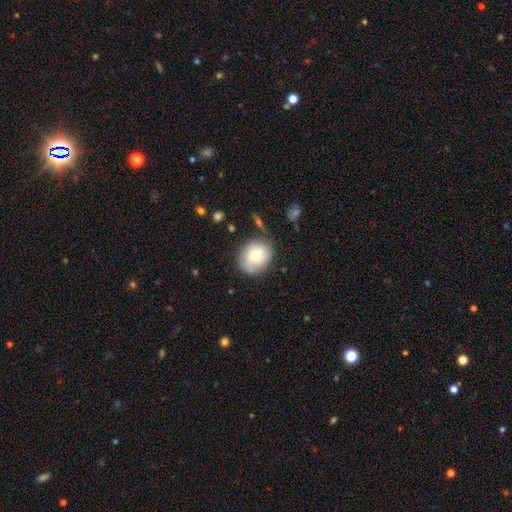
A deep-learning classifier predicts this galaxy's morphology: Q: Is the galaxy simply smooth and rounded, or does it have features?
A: smooth — 70%.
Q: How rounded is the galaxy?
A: round — 63%.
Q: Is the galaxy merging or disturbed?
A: none — 74%.